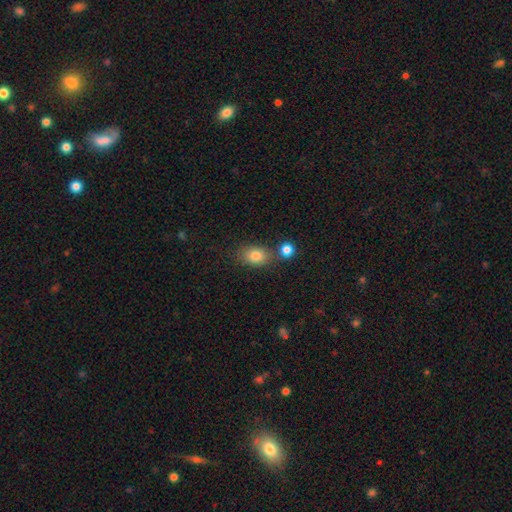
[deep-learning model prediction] smooth-or-featured: smooth: 81% | star or artifact: 10% | featured or disk: 8%
  how-rounded: in between: 69% | round: 29% | cigar-shaped: 1%
  merging: none: 64% | merger: 20% | minor disturbance: 12% | major disturbance: 4%